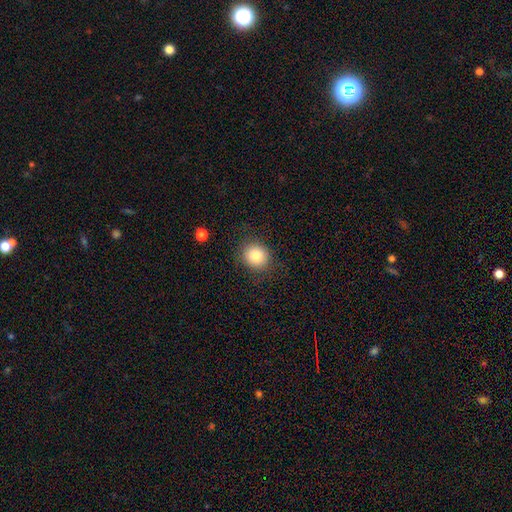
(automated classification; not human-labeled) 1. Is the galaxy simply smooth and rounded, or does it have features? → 84% smooth, 9% star or artifact, 7% featured or disk.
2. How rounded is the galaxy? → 83% round, 16% in between, 1% cigar-shaped.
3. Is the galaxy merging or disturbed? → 84% none, 11% minor disturbance, 4% major disturbance, 1% merger.